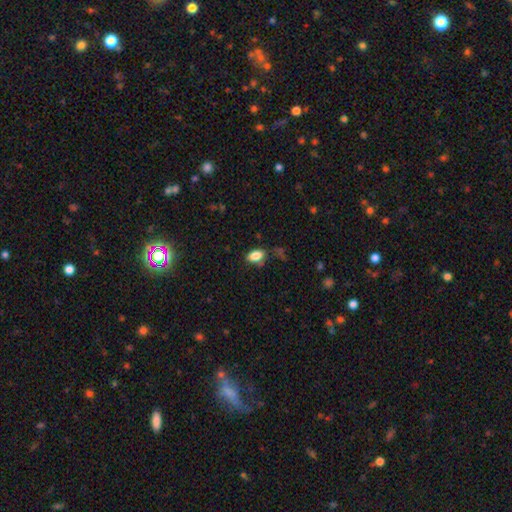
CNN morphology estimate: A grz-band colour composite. It shows a smooth galaxy with no disk features (84%) that is in between round and cigar-shaped (90%). Merging: none (71%).